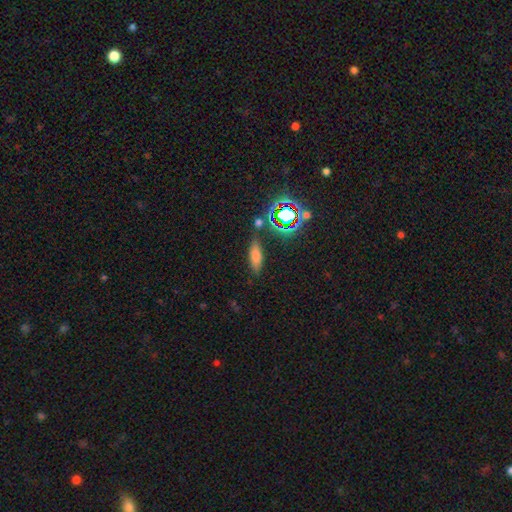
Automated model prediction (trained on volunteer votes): A smooth galaxy with no disk features (64%) that is in between round and cigar-shaped (52%).

Vote fractions:
- Smooth or featured? smooth: 64% / star or artifact: 22% / featured or disk: 14%
- How rounded? in between: 52% / cigar-shaped: 43% / round: 6%
- Merging? none: 78% / minor disturbance: 12% / merger: 6% / major disturbance: 4%